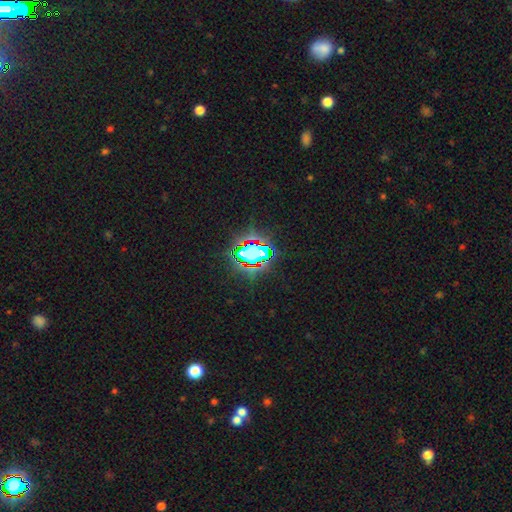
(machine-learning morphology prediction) smooth-or-featured: star or artifact: 69% | smooth: 18% | featured or disk: 13%